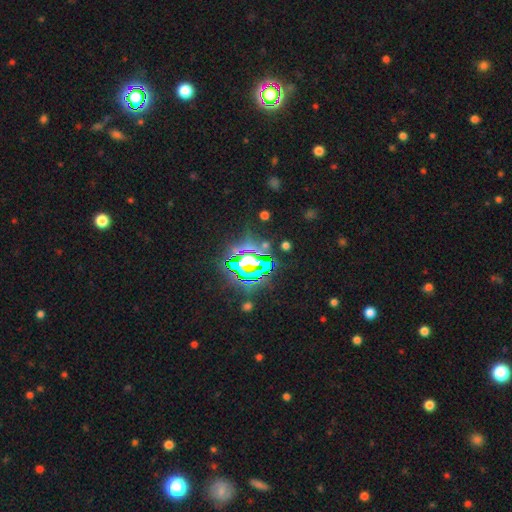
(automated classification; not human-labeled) This is likely a star or artifact rather than a galaxy (80%).